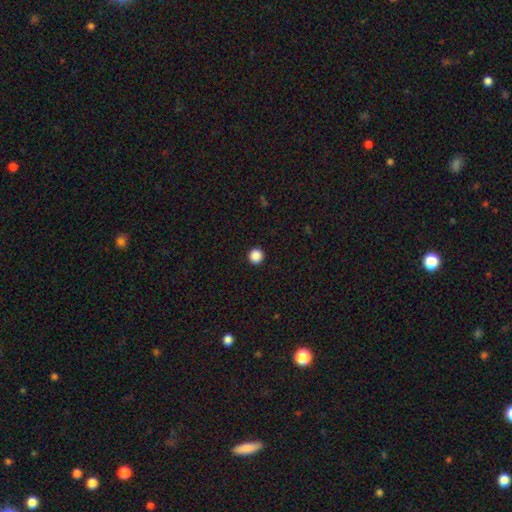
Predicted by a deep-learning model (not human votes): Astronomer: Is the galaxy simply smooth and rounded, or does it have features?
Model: smooth — 88%.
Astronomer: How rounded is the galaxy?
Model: round — 96%.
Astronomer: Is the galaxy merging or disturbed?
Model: none — 94%.